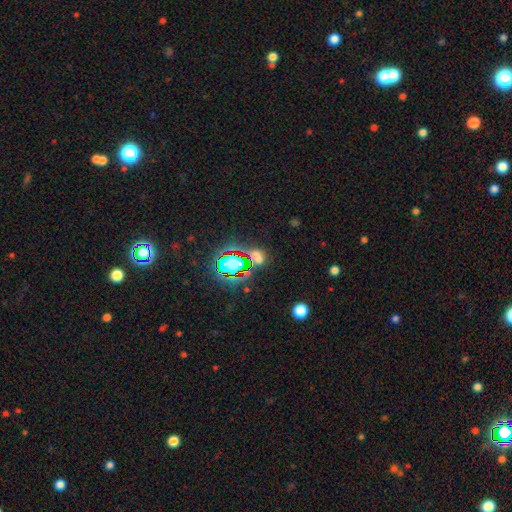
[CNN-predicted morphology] A star or artifact, not a galaxy (52%).